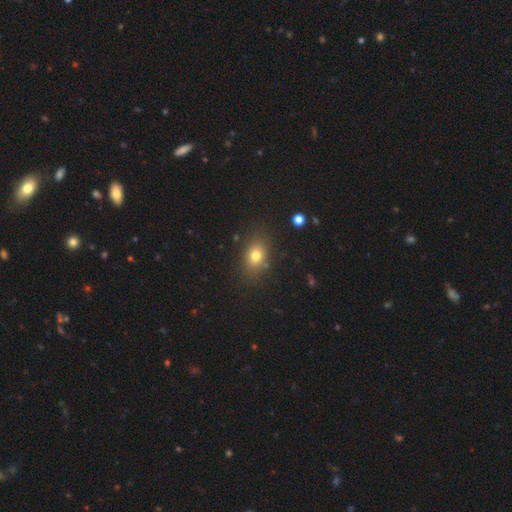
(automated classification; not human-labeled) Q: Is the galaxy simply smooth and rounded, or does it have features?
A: smooth — 76%.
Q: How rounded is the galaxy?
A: in between — 69%.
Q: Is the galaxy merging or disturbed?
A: none — 82%.